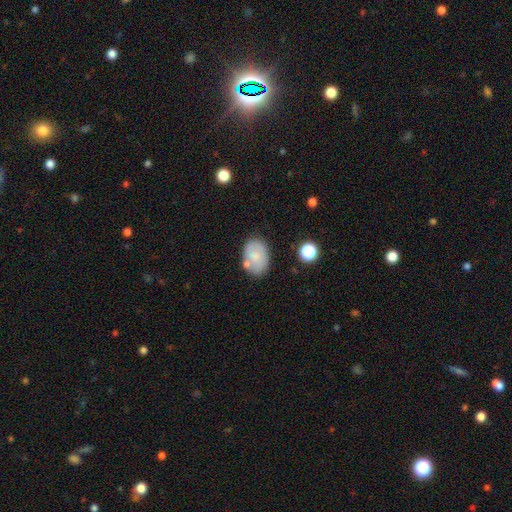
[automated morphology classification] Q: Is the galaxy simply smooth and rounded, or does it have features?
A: smooth — 70%.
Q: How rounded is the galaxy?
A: in between — 76%.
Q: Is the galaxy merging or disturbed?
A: none — 64%.